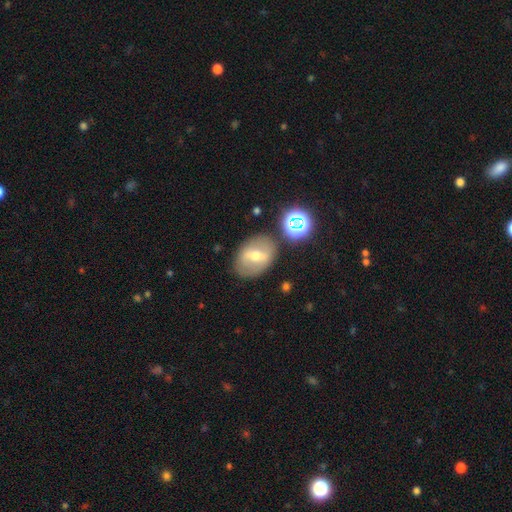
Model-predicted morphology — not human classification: Smooth or featured: featured or disk — 48% (smooth — 39%)
Merging: none — 77% (minor disturbance — 13%)